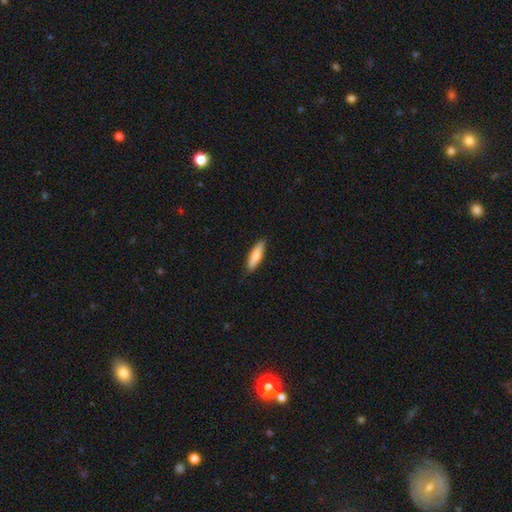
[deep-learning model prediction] The model was most divided on "how rounded": cigar-shaped: 66%, in between: 32%, round: 2%. More confident: merging — none (88%); smooth or featured — smooth (79%).